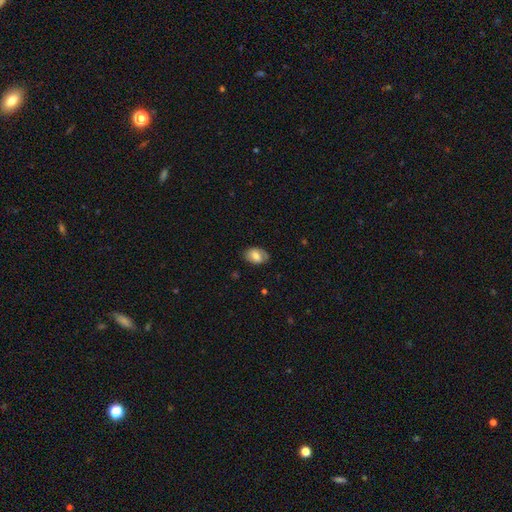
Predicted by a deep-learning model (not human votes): The model was most divided on "smooth or featured": smooth: 68%, featured or disk: 25%, star or artifact: 8%. More confident: how rounded — in between (82%); merging — none (76%).